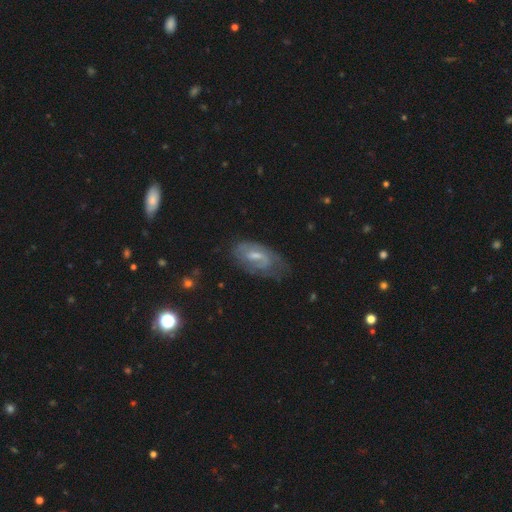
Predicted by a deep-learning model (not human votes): Overall: featured or disk (66%). Edge-on disk: no (92%). Bar: weak (52%; no 33%). Spiral arms: yes (78%). Bulge size: moderate (46%; small 43%). Merging: none (61%; minor disturbance 26%).